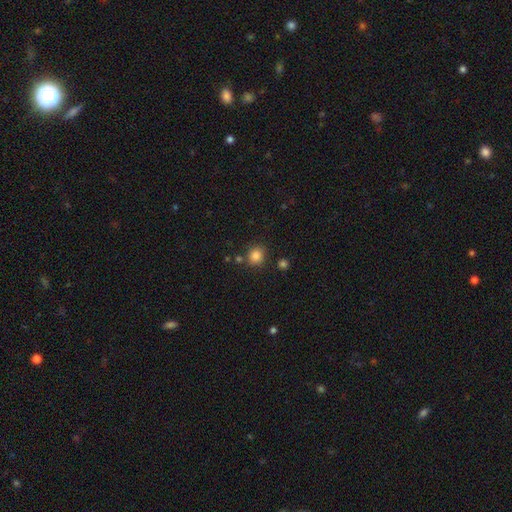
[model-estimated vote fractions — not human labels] A smooth galaxy with no disk features (84%) that is round (86%). Merging: none (80%).